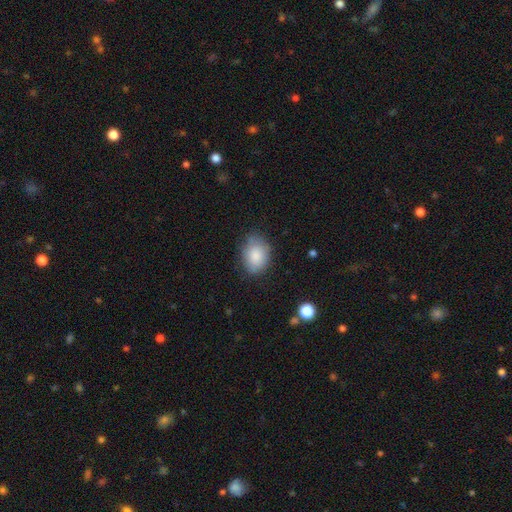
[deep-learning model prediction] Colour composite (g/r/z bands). It shows a smooth galaxy with no disk features (86%) that is in between round and cigar-shaped (73%). Merging: none (72%).